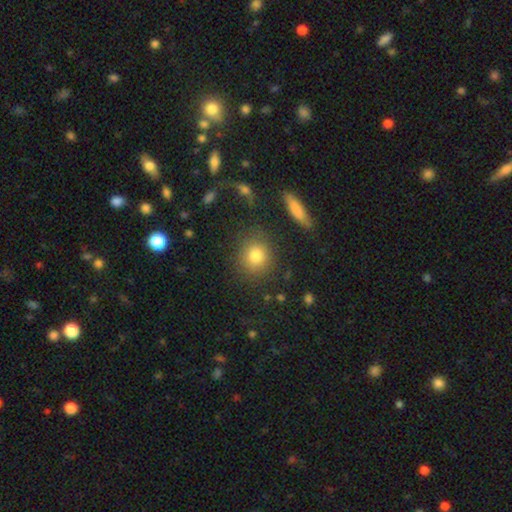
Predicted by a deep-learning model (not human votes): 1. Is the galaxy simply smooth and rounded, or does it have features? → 80% smooth, 12% star or artifact, 8% featured or disk.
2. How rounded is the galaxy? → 81% round, 17% in between, 2% cigar-shaped.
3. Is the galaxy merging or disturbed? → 84% none, 9% minor disturbance, 4% major disturbance, 3% merger.